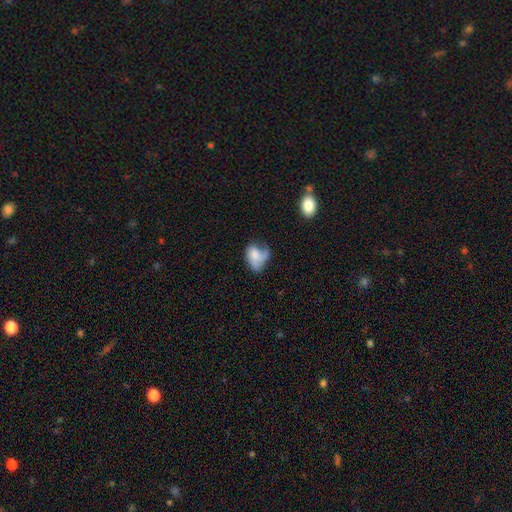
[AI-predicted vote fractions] smooth-or-featured: smooth: 54% | featured or disk: 37% | star or artifact: 9%
  how-rounded: in between: 77% | round: 21% | cigar-shaped: 2%
  merging: major disturbance: 40% | none: 26% | minor disturbance: 25% | merger: 9%